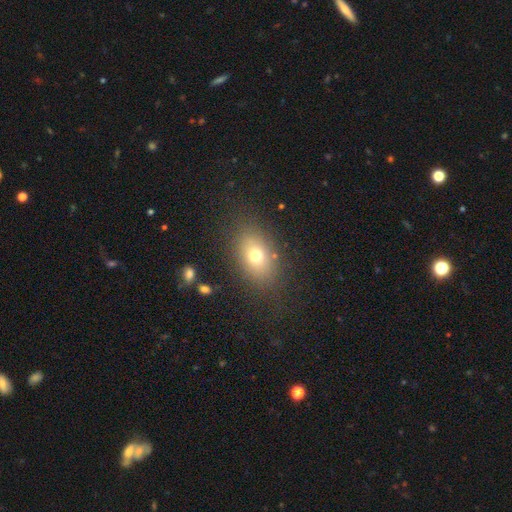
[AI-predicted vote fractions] A smooth galaxy with no disk features (71%) that is in between round and cigar-shaped (76%).

Vote fractions:
- Smooth or featured? smooth: 71% / featured or disk: 16% / star or artifact: 13%
- How rounded? in between: 76% / round: 22% / cigar-shaped: 2%
- Merging? none: 82% / minor disturbance: 11% / major disturbance: 5% / merger: 2%